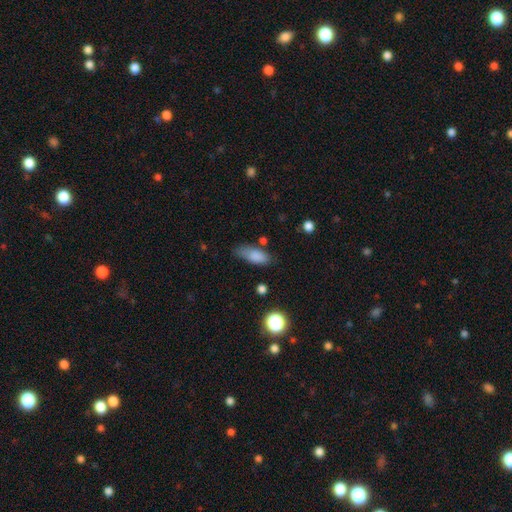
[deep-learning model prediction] Smooth or featured?
  - smooth: 83% *
  - star or artifact: 9%
  - featured or disk: 9%
How rounded?
  - in between: 77% *
  - cigar-shaped: 20%
  - round: 3%
Merging?
  - none: 59% *
  - minor disturbance: 29%
  - major disturbance: 8%
  - merger: 4%